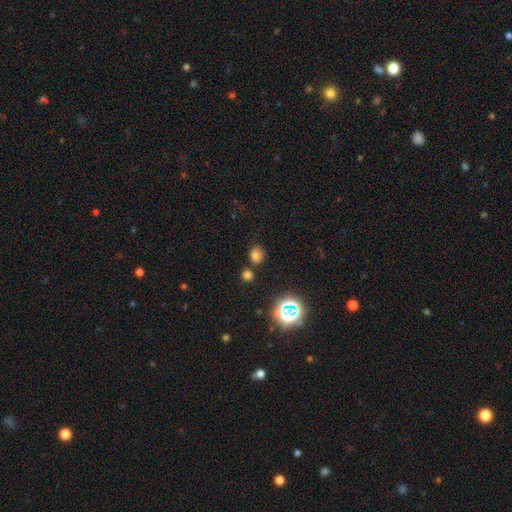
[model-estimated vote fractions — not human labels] Smooth or featured? Predicted: smooth (p=0.71). How rounded? Predicted: round (p=0.61). Merging? Predicted: none (p=0.73).